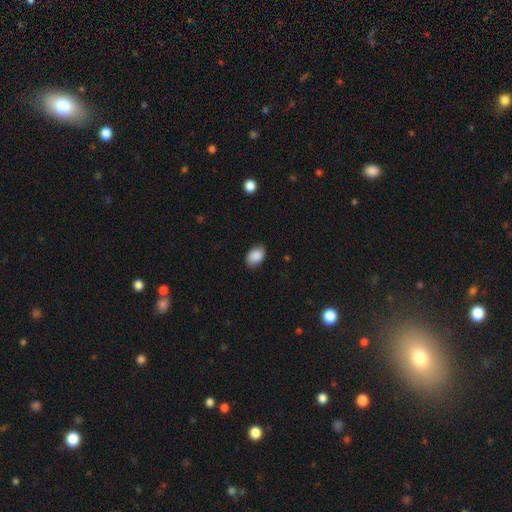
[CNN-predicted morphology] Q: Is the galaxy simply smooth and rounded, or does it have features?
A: smooth — 89%.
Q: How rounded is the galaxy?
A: in between — 84%.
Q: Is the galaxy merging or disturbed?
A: none — 83%.